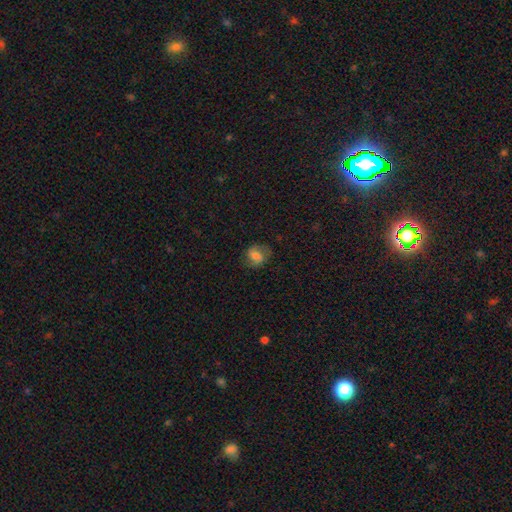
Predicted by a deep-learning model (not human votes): Smooth or featured?
  - smooth: 61% *
  - featured or disk: 28%
  - star or artifact: 10%
How rounded?
  - in between: 52% *
  - round: 46%
  - cigar-shaped: 1%
Merging?
  - none: 68% *
  - minor disturbance: 21%
  - major disturbance: 10%
  - merger: 1%